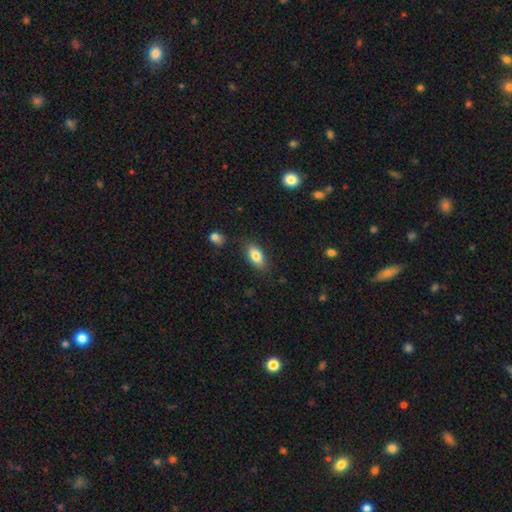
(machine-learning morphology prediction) Overall: smooth (81%). How rounded: in between (86%). Merging: none (83%).